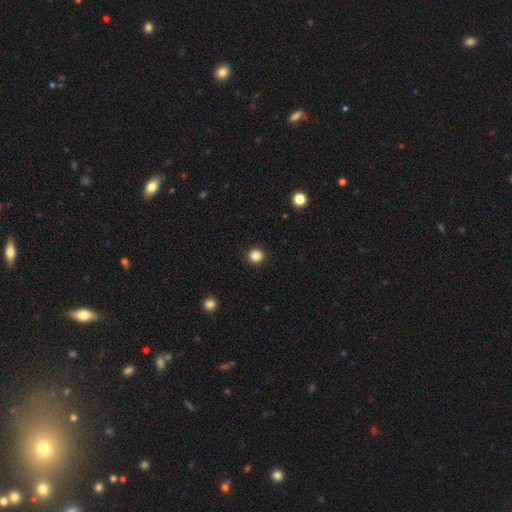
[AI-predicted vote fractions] Smooth or featured? Predicted: smooth (p=0.85). How rounded? Predicted: round (p=0.95). Merging? Predicted: none (p=0.93).